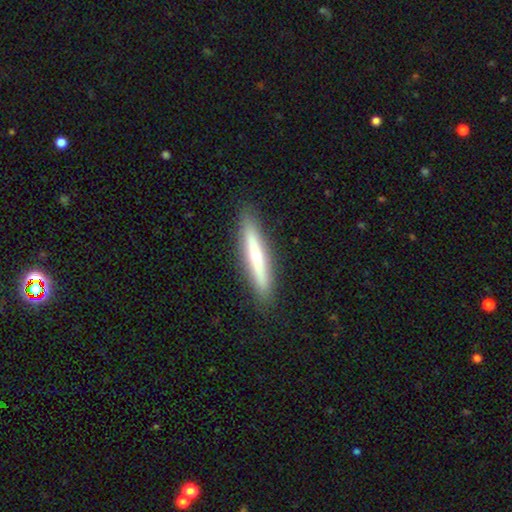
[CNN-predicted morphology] Smooth or featured? smooth (50%)
Merging? none (90%)